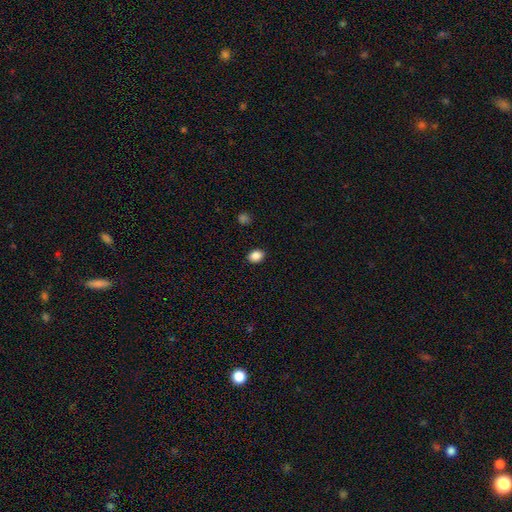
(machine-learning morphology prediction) This appears to be a smooth galaxy with no disk features (87%) that is in between round and cigar-shaped (65%). Merging: none (89%).